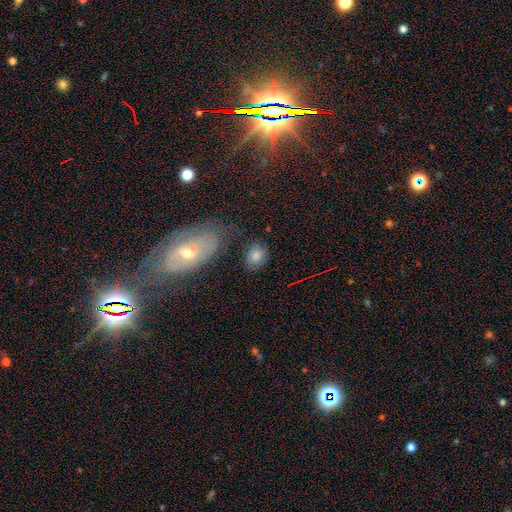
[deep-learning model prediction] A smooth galaxy with no disk features (76%) that is in between round and cigar-shaped (52%). Merging: none (67%).